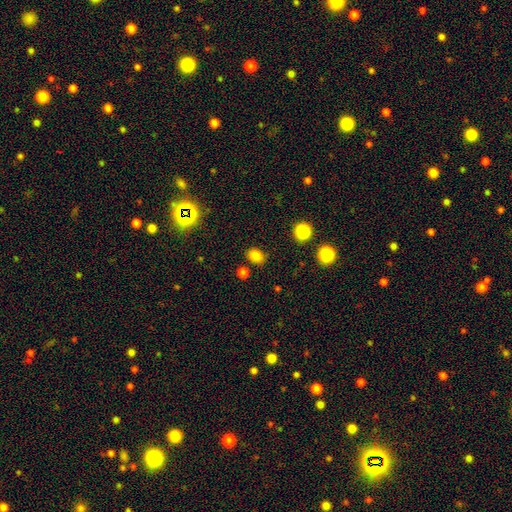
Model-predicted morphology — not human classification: smooth_or_featured: smooth (p=0.80) [alt: star or artifact p=0.15]
how_rounded: in between (p=0.52) [alt: round p=0.47]
merging: none (p=0.83) [alt: minor disturbance p=0.10]